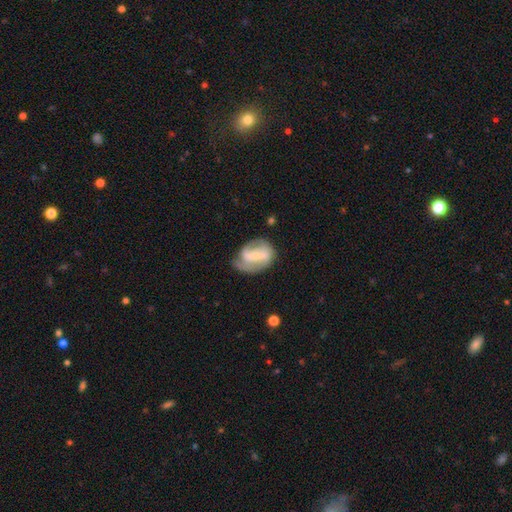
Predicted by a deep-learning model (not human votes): smooth-or-featured: featured or disk: 70% | smooth: 24% | star or artifact: 6%
  disk-edge-on: no: 96% | yes: 4%
    bar: strong: 46% | weak: 37% | no: 17%
    has-spiral-arms: yes: 79% | no: 21%
      spiral-winding: medium: 42% | tight: 32% | loose: 26%
      spiral-arm-count: 2: 59% | can't tell: 18% | 1: 15% | 3: 5% | 4: 1% | more than 4: 1%
    bulge-size: small: 55% | moderate: 26% | none: 14% | large: 4% | dominant: 1%
  merging: none: 47% | minor disturbance: 30% | major disturbance: 20% | merger: 3%